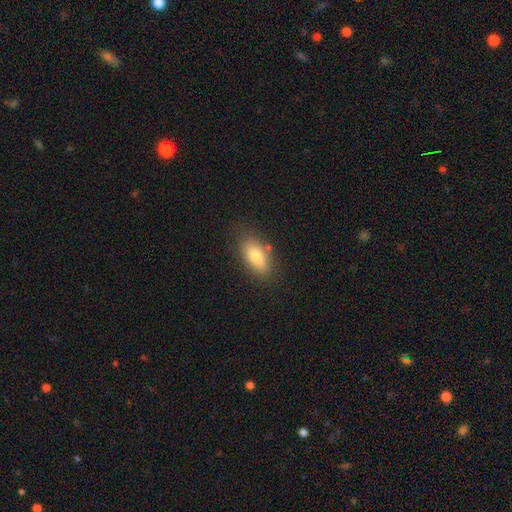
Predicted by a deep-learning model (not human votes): Smooth or featured?
  - smooth: 77% *
  - featured or disk: 15%
  - star or artifact: 8%
How rounded?
  - in between: 87% *
  - cigar-shaped: 8%
  - round: 5%
Merging?
  - none: 77% *
  - minor disturbance: 15%
  - merger: 4%
  - major disturbance: 4%